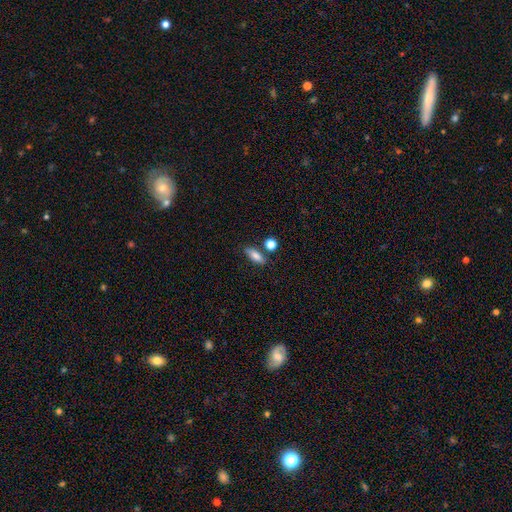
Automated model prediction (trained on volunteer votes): Q: Smooth or featured?
A: smooth (78%); runner-up: featured or disk (14%)
Q: How rounded?
A: in between (60%); runner-up: cigar-shaped (33%)
Q: Merging?
A: none (73%); runner-up: minor disturbance (13%)